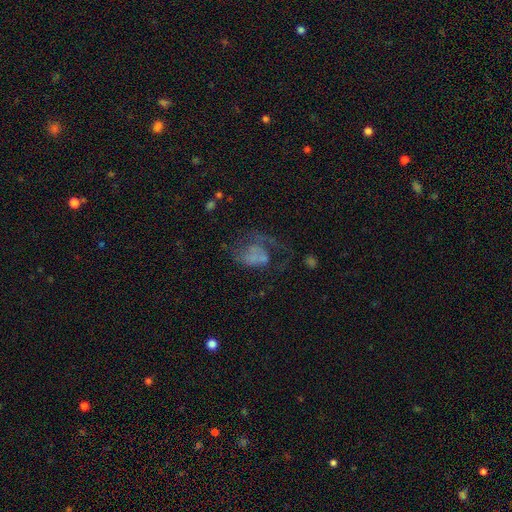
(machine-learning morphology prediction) The model was most divided on "smooth or featured": featured or disk: 47%, smooth: 37%, star or artifact: 16%. More confident: merging — major disturbance (53%).